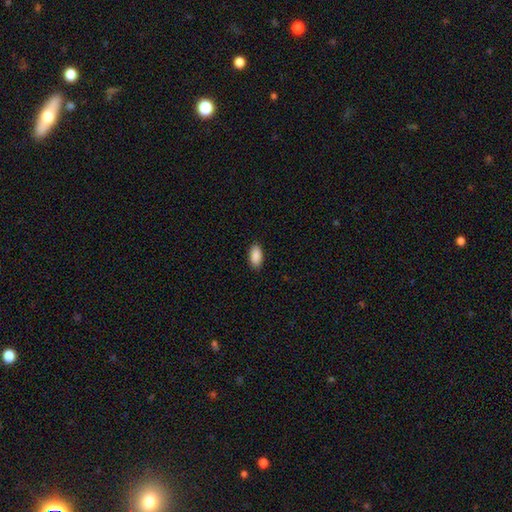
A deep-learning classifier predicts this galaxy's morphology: This appears to be a smooth galaxy with no disk features (91%) that is in between round and cigar-shaped (93%). Merging: none (89%).